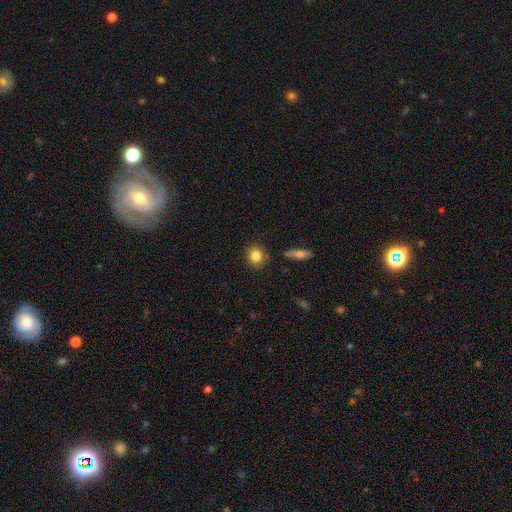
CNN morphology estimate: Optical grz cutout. It shows a smooth galaxy with no disk features (85%) that is round (79%). Merging: none (85%).